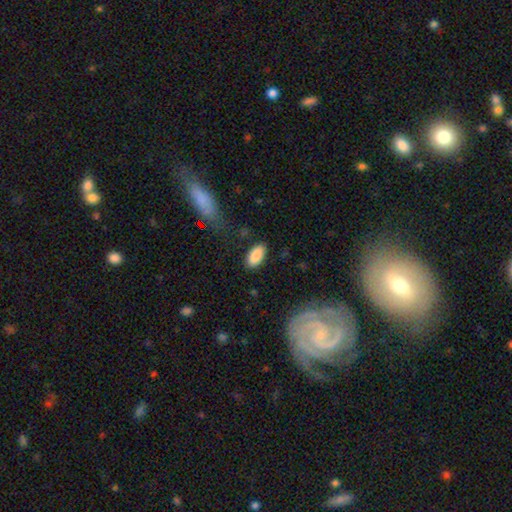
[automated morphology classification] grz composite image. It shows a smooth galaxy with no disk features (89%) that is in between round and cigar-shaped (94%). Merging: none (84%).